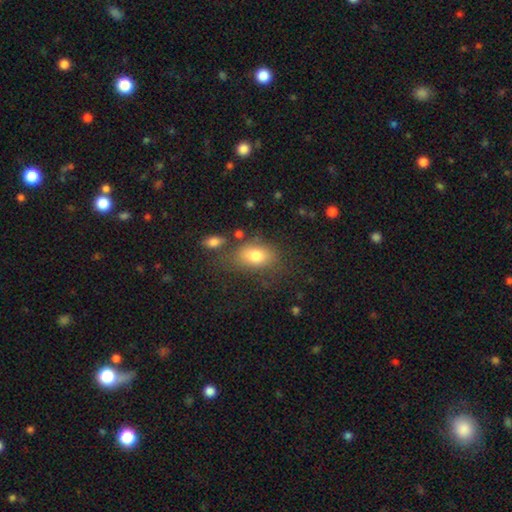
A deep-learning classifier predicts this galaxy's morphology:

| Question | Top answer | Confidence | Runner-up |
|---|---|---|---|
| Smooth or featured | smooth | 78% | featured or disk (13%) |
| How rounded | in between | 81% | round (17%) |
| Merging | none | 63% | minor disturbance (19%) |